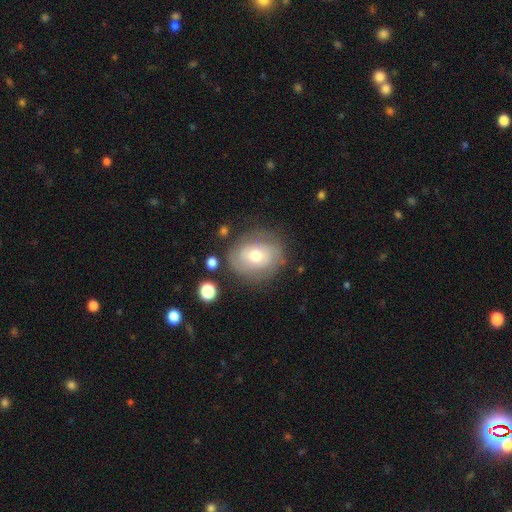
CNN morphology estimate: smooth_or_featured: smooth (p=0.49) [alt: featured or disk p=0.42]
merging: none (p=0.74) [alt: minor disturbance p=0.17]